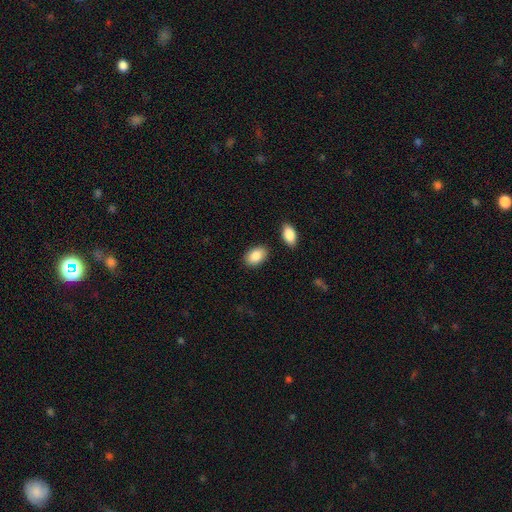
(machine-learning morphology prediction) This is clearly a smooth galaxy (88%). How rounded: clearly in between (89%). Merging: clearly none (84%).